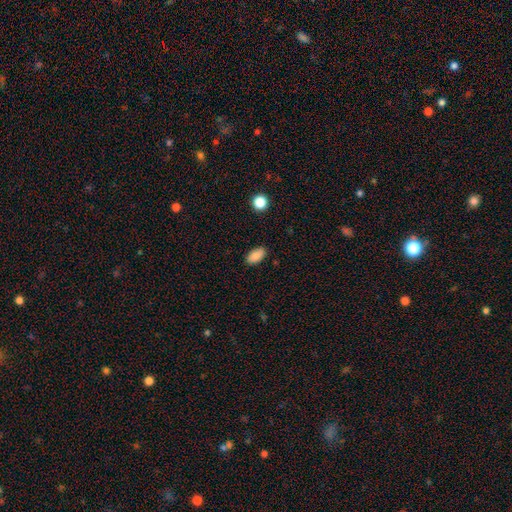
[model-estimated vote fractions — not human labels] Smooth or featured: smooth — 88% (star or artifact — 8%)
How rounded: in between — 93% (round — 4%)
Merging: none — 87% (minor disturbance — 9%)